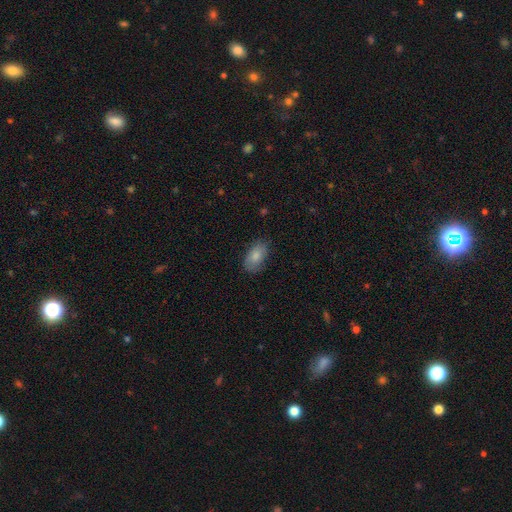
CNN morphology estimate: This is clearly a smooth galaxy (80%). How rounded: clearly in between (92%). Merging: likely none (77%).